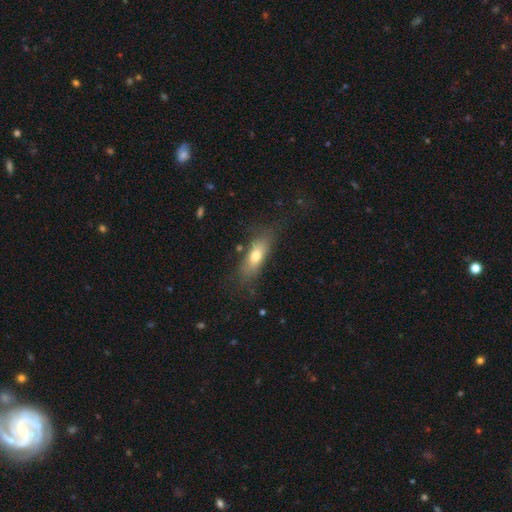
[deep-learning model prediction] Smooth or featured? Predicted: smooth (p=0.68). How rounded? Predicted: in between (p=0.65). Merging? Predicted: none (p=0.69).